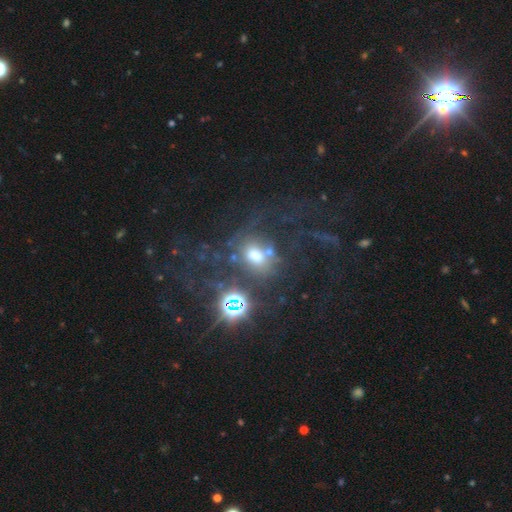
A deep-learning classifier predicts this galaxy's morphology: smooth 41%, star or artifact 34%, featured or disk 25%. Down the decision tree: merging — none (49%).